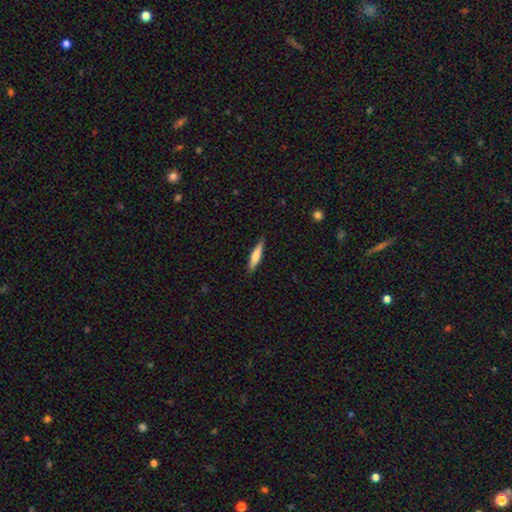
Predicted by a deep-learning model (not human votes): smooth-or-featured: smooth: 65% | featured or disk: 30% | star or artifact: 6%
  how-rounded: cigar-shaped: 85% | in between: 13% | round: 1%
  merging: none: 88% | minor disturbance: 9% | major disturbance: 2% | merger: 1%